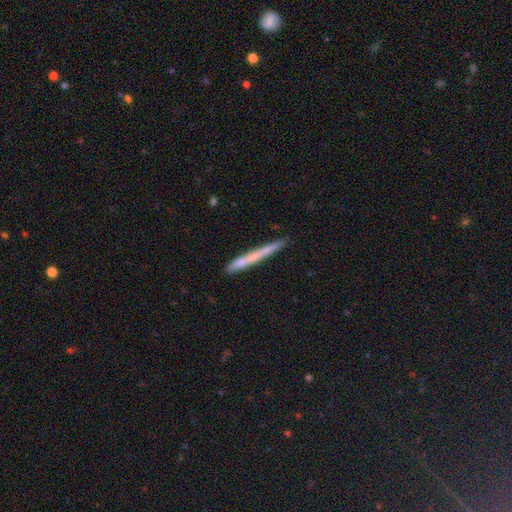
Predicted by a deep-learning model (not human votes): This appears to be a smooth galaxy with no disk features (56%) that is cigar-shaped (97%). Merging: none (81%).